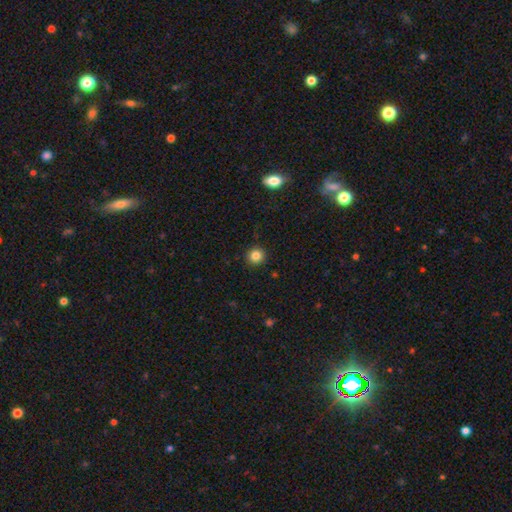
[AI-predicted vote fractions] A smooth galaxy with no disk features (84%) that is round (93%). Merging: none (92%).